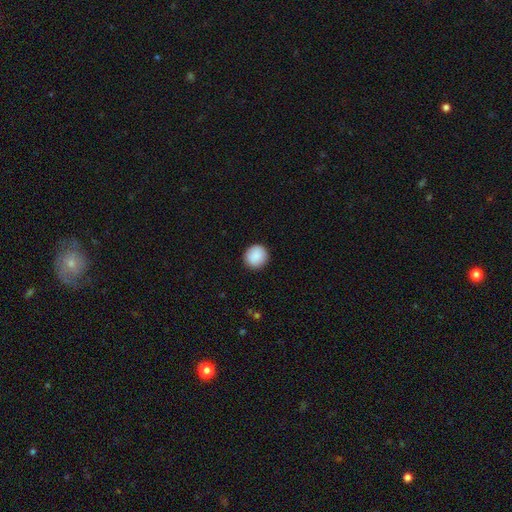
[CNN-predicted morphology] Q: Smooth or featured?
A: smooth (90%); runner-up: star or artifact (7%)
Q: How rounded?
A: round (92%); runner-up: in between (7%)
Q: Merging?
A: none (91%); runner-up: minor disturbance (6%)